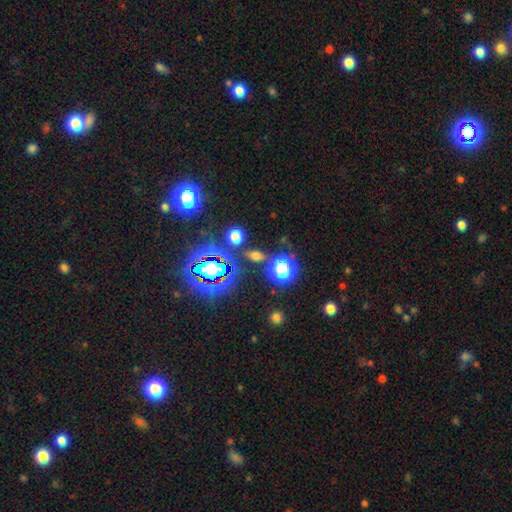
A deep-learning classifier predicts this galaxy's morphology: Q: Smooth or featured?
A: smooth (49%); runner-up: star or artifact (36%)
Q: Merging?
A: none (81%); runner-up: minor disturbance (9%)